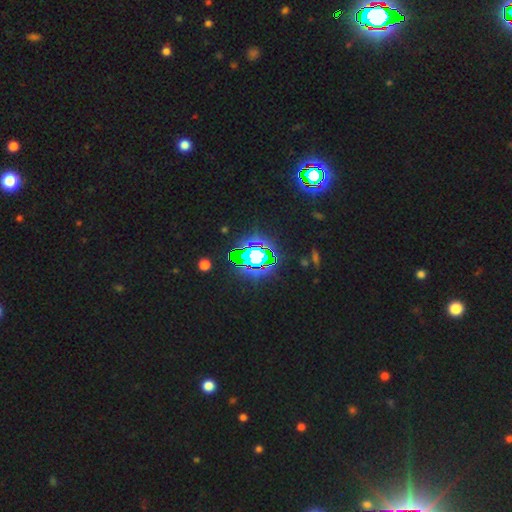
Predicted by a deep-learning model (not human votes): The model was most divided on "smooth or featured": star or artifact: 71%, featured or disk: 14%, smooth: 14%.